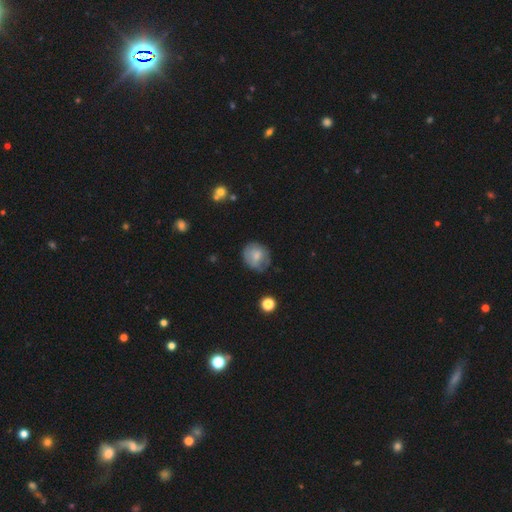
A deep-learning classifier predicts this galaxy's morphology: The model was most divided on "merging": none: 68%, minor disturbance: 23%, major disturbance: 7%, merger: 2%. More confident: how rounded — round (73%); smooth or featured — smooth (69%).